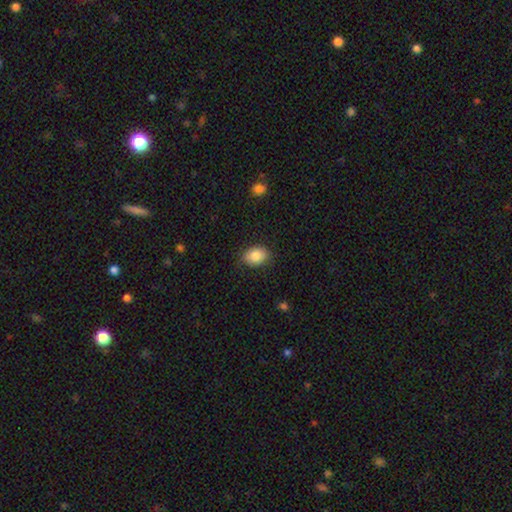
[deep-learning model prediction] Overall: smooth (84%). How rounded: in between (71%). Merging: none (83%).